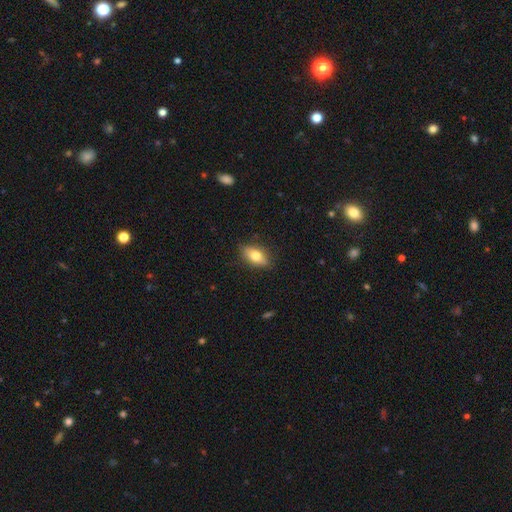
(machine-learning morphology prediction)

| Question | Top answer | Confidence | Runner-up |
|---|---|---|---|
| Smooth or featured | smooth | 70% | featured or disk (23%) |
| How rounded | in between | 82% | cigar-shaped (10%) |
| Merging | none | 85% | minor disturbance (12%) |